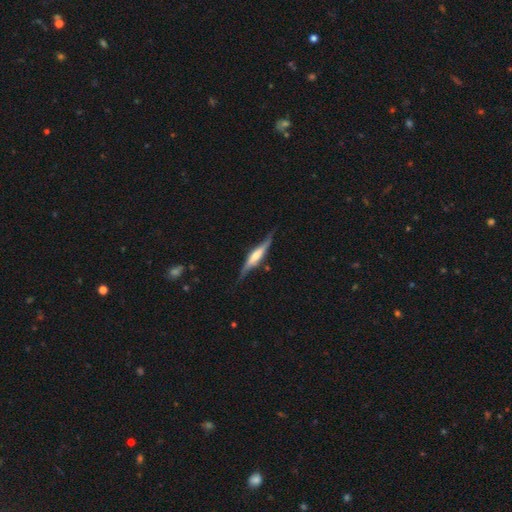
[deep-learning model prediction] This is likely a featured or disk galaxy (70%). It is clearly viewed edge-on (87%). Edge-on bulge: possibly rounded (48%). Merging: likely none (69%).